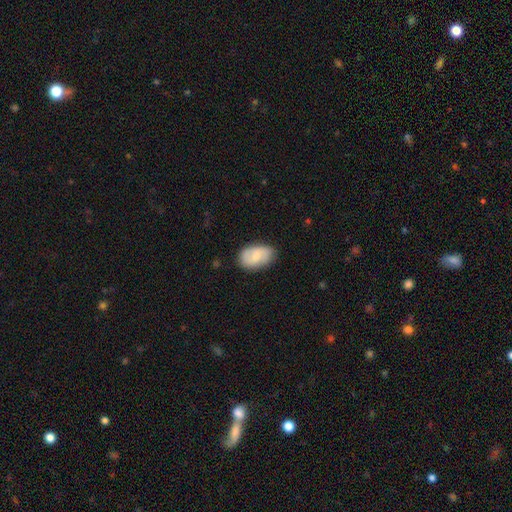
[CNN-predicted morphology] This appears to be a smooth galaxy with no disk features (70%) that is in between round and cigar-shaped (91%). Merging: none (75%).